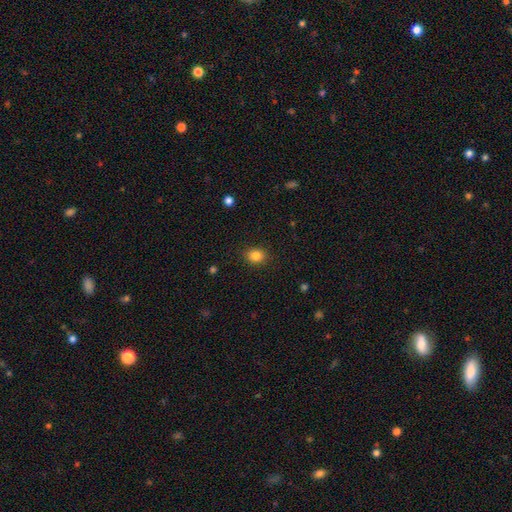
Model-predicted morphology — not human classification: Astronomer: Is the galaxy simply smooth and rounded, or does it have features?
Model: smooth — 85%.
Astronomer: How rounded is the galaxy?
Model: round — 55% (runner-up: in between, 45%).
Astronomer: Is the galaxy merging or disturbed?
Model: none — 88%.